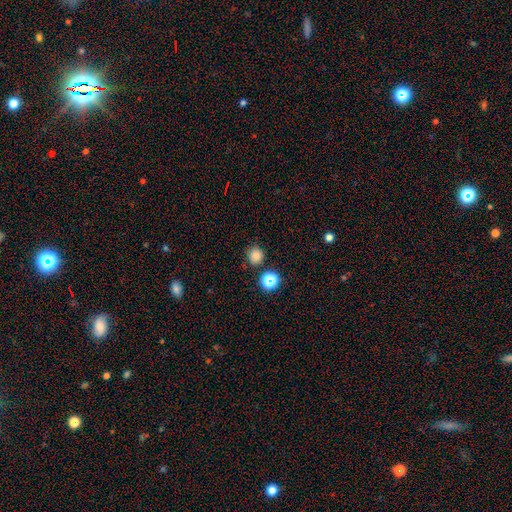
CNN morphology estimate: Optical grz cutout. It shows a smooth galaxy with no disk features (79%) that is round (90%). Merging: none (83%).